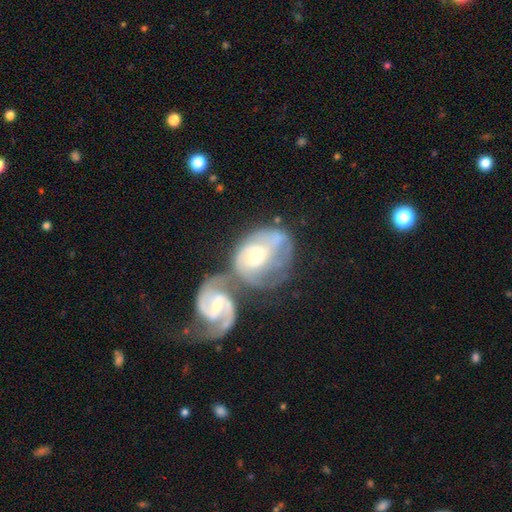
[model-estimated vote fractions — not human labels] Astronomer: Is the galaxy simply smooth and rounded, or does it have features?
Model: featured or disk — 79%.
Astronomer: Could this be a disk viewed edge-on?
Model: no — 97%.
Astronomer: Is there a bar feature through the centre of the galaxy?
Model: no — 53% (runner-up: weak, 37%).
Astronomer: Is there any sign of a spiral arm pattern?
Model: yes — 91%.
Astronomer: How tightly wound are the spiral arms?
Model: medium — 47% (runner-up: tight, 32%).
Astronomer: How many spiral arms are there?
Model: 2 — 62%.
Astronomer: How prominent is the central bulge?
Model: moderate — 52% (runner-up: small, 40%).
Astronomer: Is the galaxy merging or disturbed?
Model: merger — 70%.